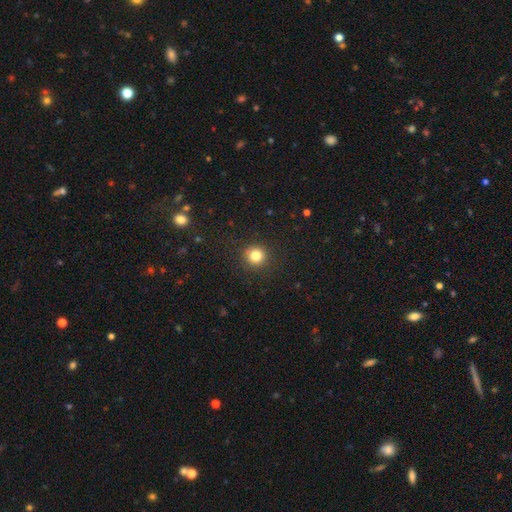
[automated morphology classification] smooth 82%, star or artifact 12%, featured or disk 5%. Down the decision tree: how rounded — round (94%); merging — none (91%).